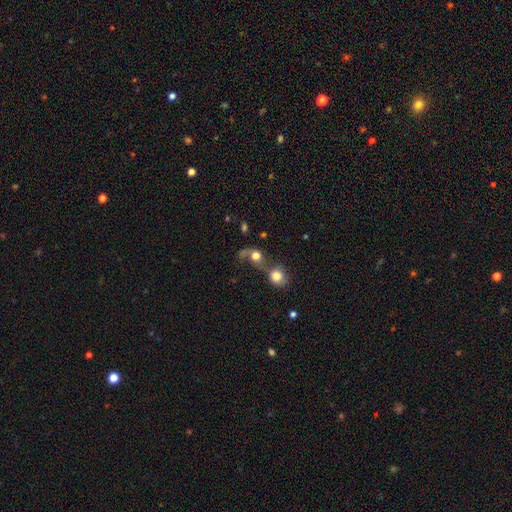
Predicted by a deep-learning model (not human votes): Smooth or featured: smooth — 64% (featured or disk — 24%)
How rounded: round — 71% (in between — 27%)
Merging: merger — 58% (none — 18%)